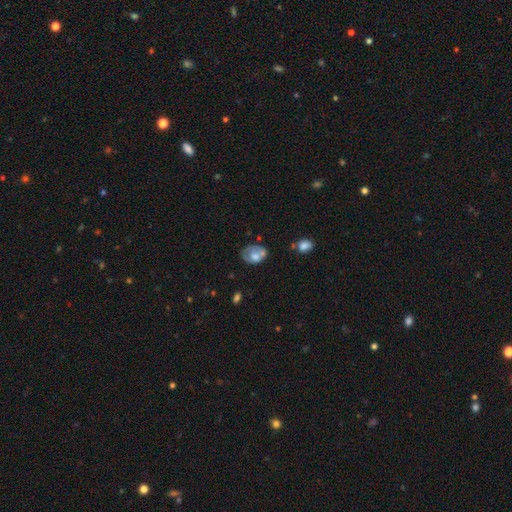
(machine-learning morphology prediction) Smooth or featured?
  - smooth: 51% *
  - featured or disk: 41%
  - star or artifact: 7%
How rounded?
  - in between: 70% *
  - round: 28%
  - cigar-shaped: 1%
Merging?
  - none: 40% *
  - minor disturbance: 31%
  - major disturbance: 20%
  - merger: 10%